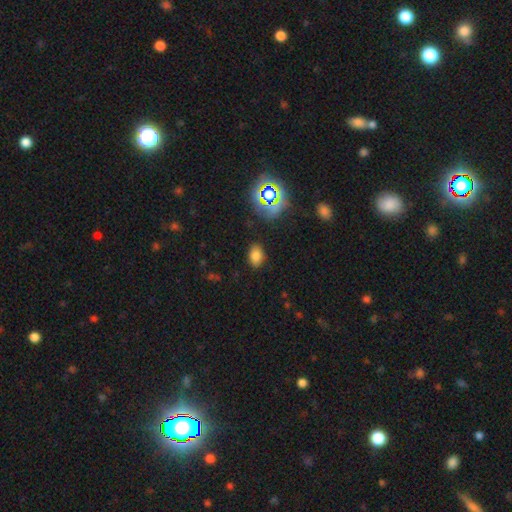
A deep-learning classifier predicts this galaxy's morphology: Smooth or featured? Predicted: smooth (p=0.76). How rounded? Predicted: in between (p=0.80). Merging? Predicted: none (p=0.83).